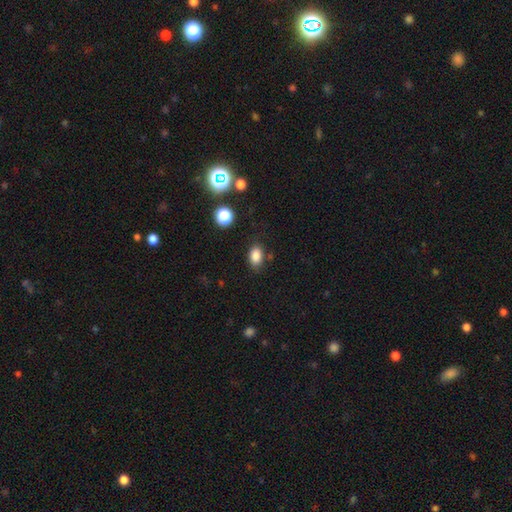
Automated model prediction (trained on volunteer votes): Overall: smooth (85%). How rounded: in between (82%). Merging: none (79%).